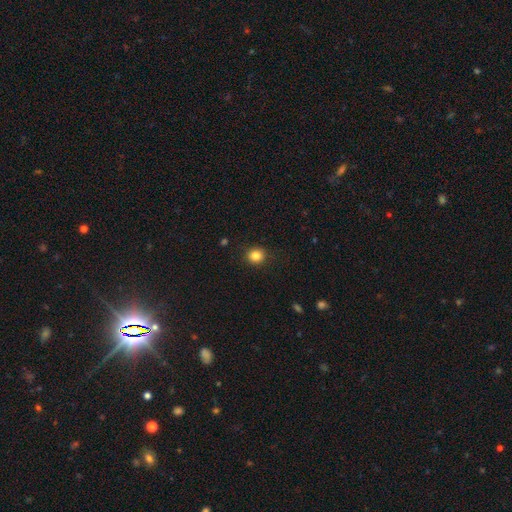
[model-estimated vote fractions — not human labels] Smooth or featured: smooth — 84% (star or artifact — 11%)
How rounded: round — 85% (in between — 14%)
Merging: none — 90% (minor disturbance — 7%)